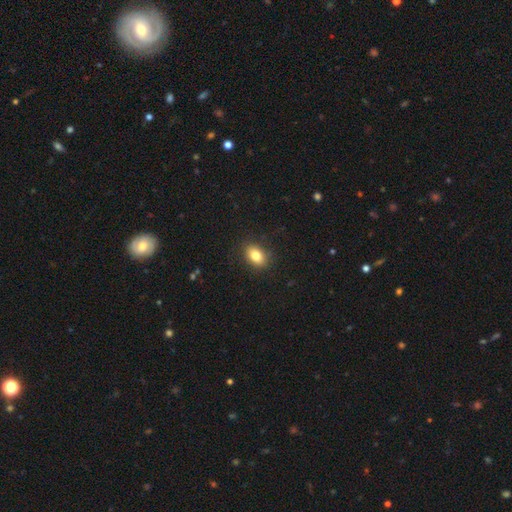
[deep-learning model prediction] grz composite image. It shows a smooth galaxy with no disk features (82%) that is in between round and cigar-shaped (82%). Merging: none (87%).